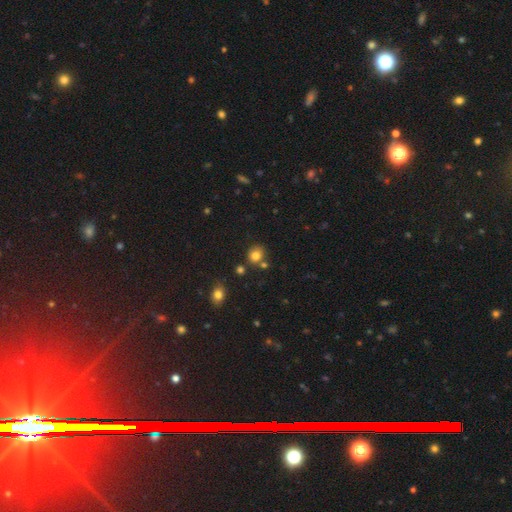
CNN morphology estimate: smooth_or_featured: smooth (p=0.80) [alt: star or artifact p=0.12]
how_rounded: round (p=0.72) [alt: in between p=0.27]
merging: none (p=0.73) [alt: merger p=0.12]